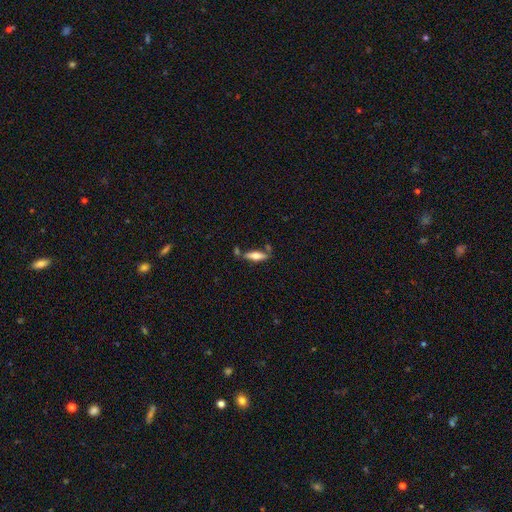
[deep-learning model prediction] Smooth or featured? smooth (59%)
How rounded? cigar-shaped (55%)
Merging? none (67%)